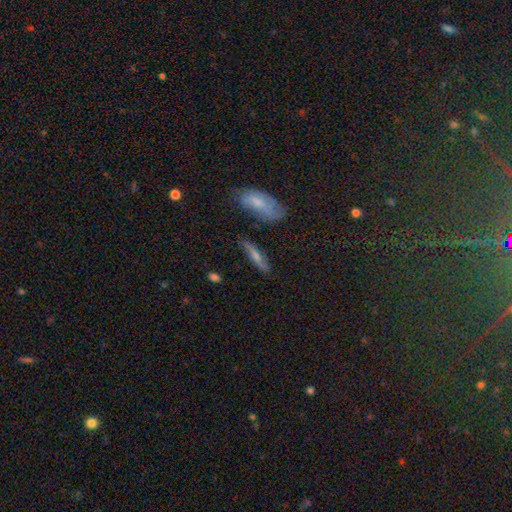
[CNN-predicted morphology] Overall: smooth (48%; featured or disk 41%). Merging: none (74%).